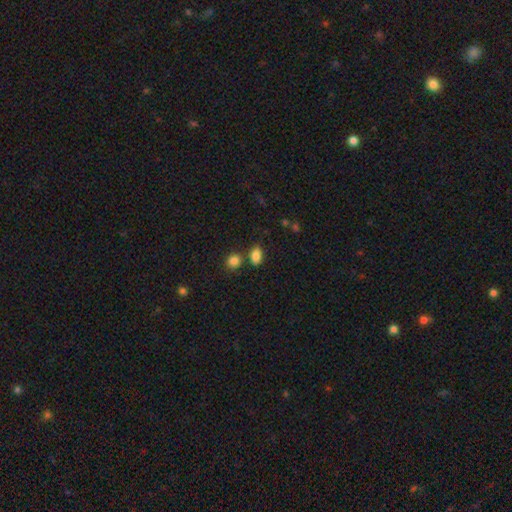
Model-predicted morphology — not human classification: smooth 84%, star or artifact 10%, featured or disk 5%. Down the decision tree: how rounded — in between (83%); merging — none (69%).